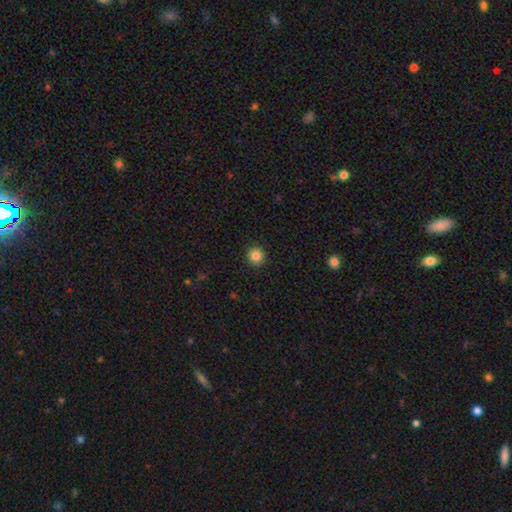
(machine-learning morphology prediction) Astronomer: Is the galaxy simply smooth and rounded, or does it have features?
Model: smooth — 86%.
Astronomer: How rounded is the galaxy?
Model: round — 94%.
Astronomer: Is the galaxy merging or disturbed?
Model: none — 92%.